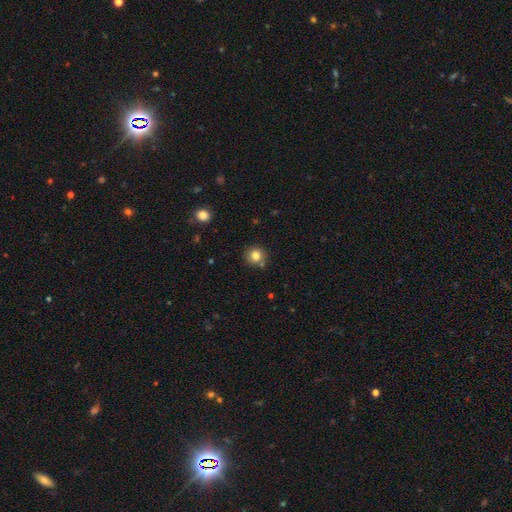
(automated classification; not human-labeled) Smooth or featured? smooth (81%)
How rounded? round (90%)
Merging? none (76%)